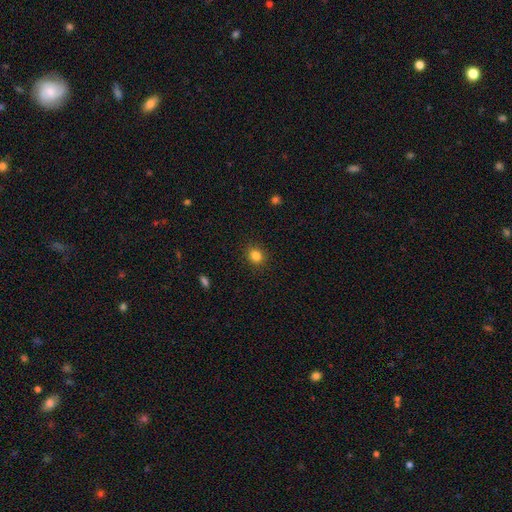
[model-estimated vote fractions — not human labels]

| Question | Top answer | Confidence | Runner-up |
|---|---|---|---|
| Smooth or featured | smooth | 84% | star or artifact (12%) |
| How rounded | round | 77% | in between (22%) |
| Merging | none | 90% | minor disturbance (7%) |